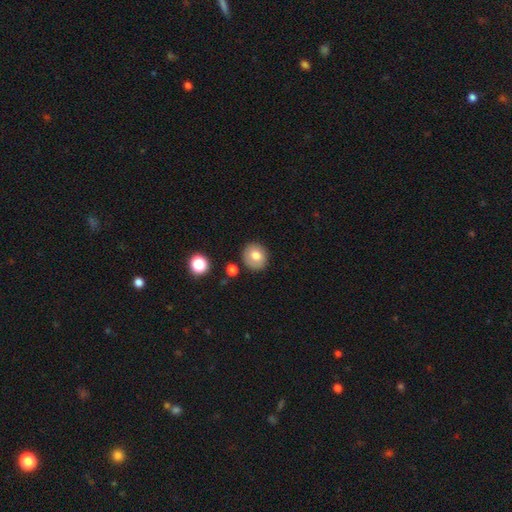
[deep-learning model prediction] A smooth galaxy with no disk features (76%) that is round (84%). Merging: none (84%).